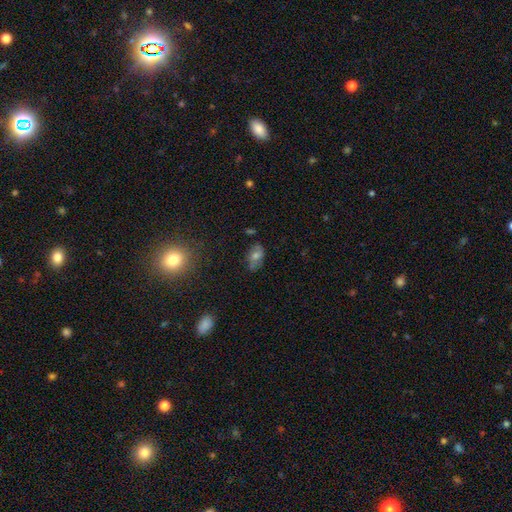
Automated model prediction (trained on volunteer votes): Smooth or featured?
  - smooth: 50% *
  - featured or disk: 33%
  - star or artifact: 17%
How rounded?
  - in between: 83% *
  - round: 15%
  - cigar-shaped: 3%
Merging?
  - none: 71% *
  - minor disturbance: 20%
  - major disturbance: 6%
  - merger: 3%